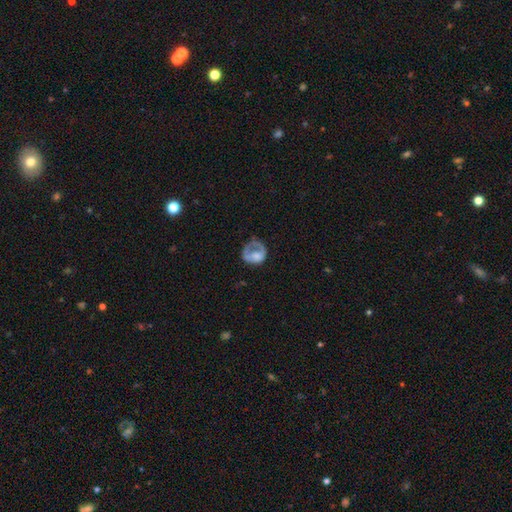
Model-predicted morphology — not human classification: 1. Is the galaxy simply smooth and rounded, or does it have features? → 54% smooth, 37% featured or disk, 8% star or artifact.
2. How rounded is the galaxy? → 71% round, 28% in between, 1% cigar-shaped.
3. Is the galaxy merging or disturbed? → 36% none (tied), 36% major disturbance (tied), 24% minor disturbance, 3% merger.